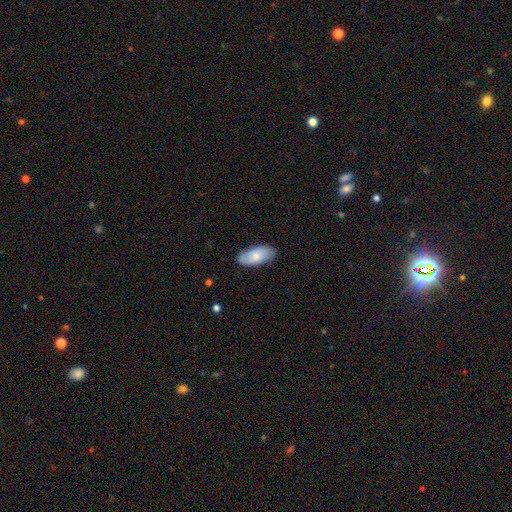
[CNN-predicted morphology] type=smooth (74%); roundness=in between (90%); merging=none (84%).